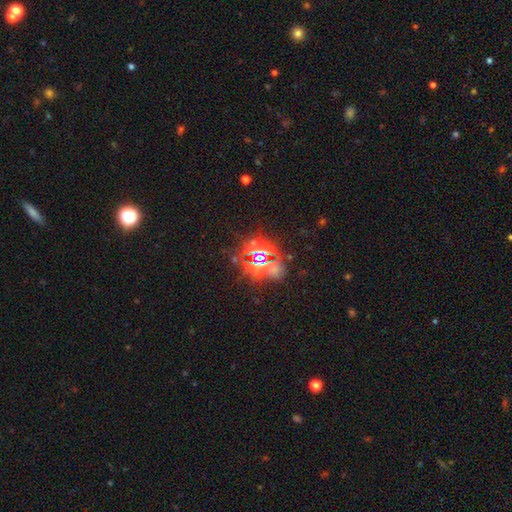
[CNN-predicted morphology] Q: Smooth or featured?
A: star or artifact (79%); runner-up: smooth (11%)